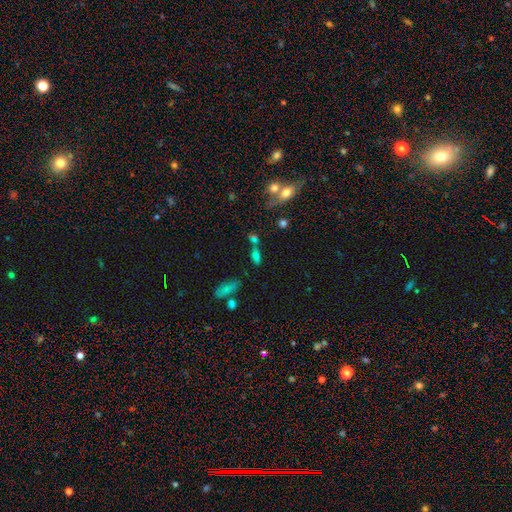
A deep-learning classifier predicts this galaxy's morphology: Smooth or featured? smooth (65%)
How rounded? in between (63%)
Merging? none (45%)